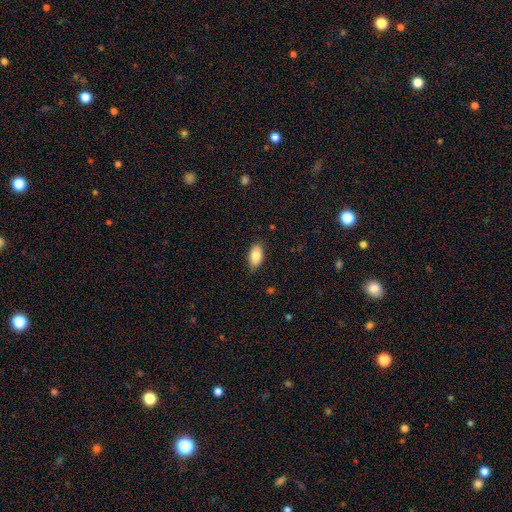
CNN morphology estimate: A smooth galaxy with no disk features (83%) that is in between round and cigar-shaped (92%). Merging: none (83%).